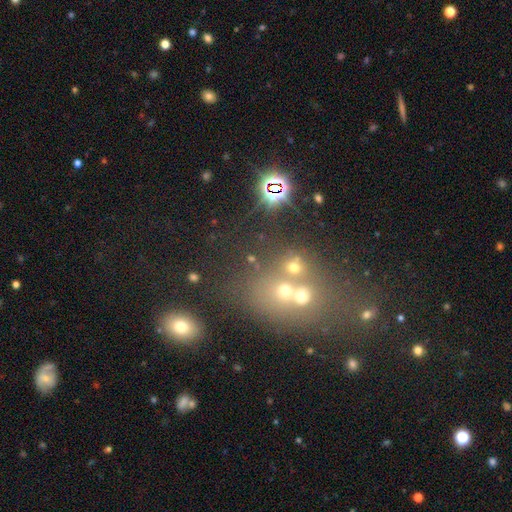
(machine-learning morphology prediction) Overall: star or artifact (42%; smooth 39%).